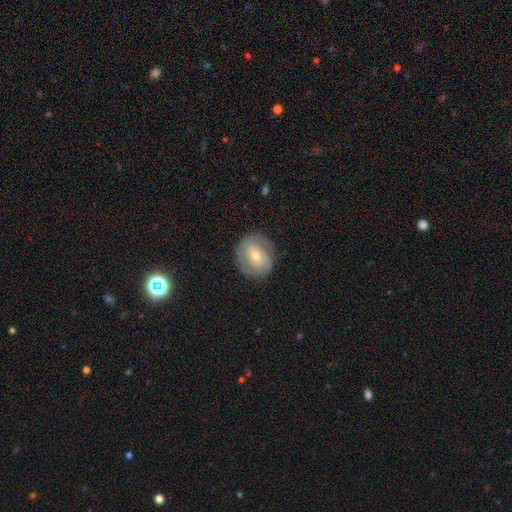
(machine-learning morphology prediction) smooth_or_featured: featured or disk (p=0.64) [alt: smooth p=0.28]
disk_edge_on: no (p=0.96) [alt: yes p=0.04]
bar: no (p=0.43) [alt: weak p=0.39]
has_spiral_arms: yes (p=0.75) [alt: no p=0.25]
bulge_size: moderate (p=0.50) [alt: small p=0.45]
merging: none (p=0.78) [alt: minor disturbance p=0.15]